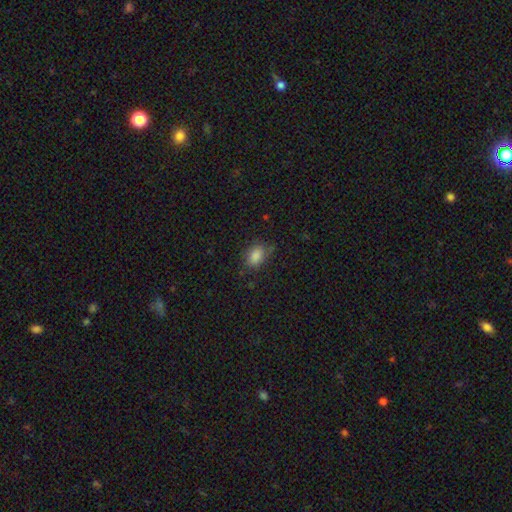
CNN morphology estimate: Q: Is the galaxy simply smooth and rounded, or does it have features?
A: smooth — 84%.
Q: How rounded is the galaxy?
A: in between — 75%.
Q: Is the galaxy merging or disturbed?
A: none — 71%.